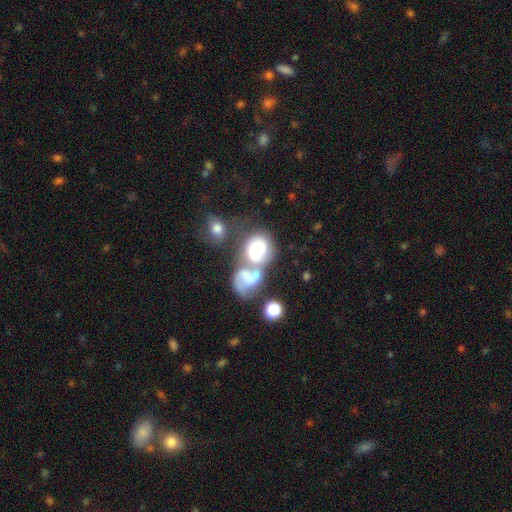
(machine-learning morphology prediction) Smooth or featured?
  - smooth: 42% *
  - featured or disk: 40%
  - star or artifact: 18%
Merging?
  - merger: 57% *
  - none: 23%
  - major disturbance: 11%
  - minor disturbance: 9%